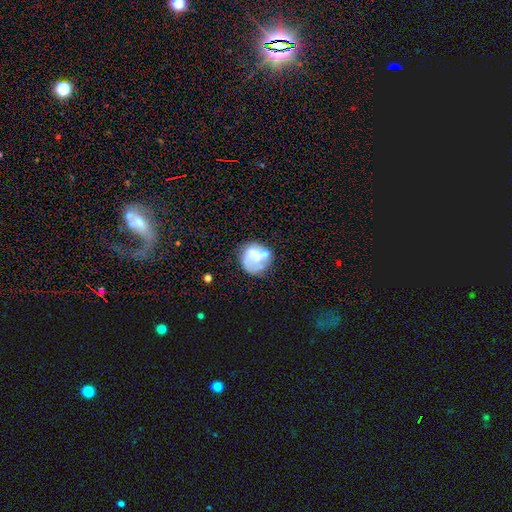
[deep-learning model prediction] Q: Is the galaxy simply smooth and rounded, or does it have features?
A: featured or disk — 48%.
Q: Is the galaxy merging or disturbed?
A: none — 41%.